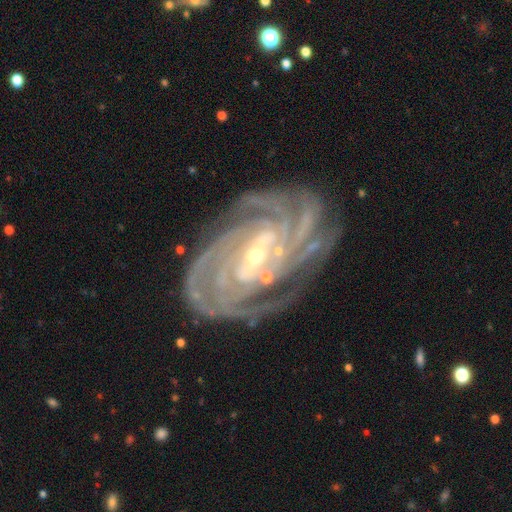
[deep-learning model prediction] Smooth or featured: featured or disk — 91% (star or artifact — 5%)
Edge-on disk: no — 97% (yes — 3%)
Bar: strong — 41% (weak — 40%)
Spiral arms: yes — 98% (no — 2%)
Spiral winding: tight — 75% (medium — 22%)
Spiral arm count: 4 — 34% (more than 4 — 19%)
Bulge size: small — 68% (moderate — 27%)
Merging: none — 76% (minor disturbance — 16%)